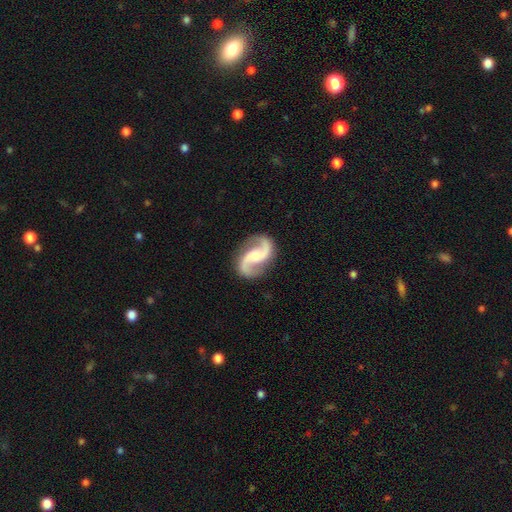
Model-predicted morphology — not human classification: A featured or disk galaxy (93%) with no bar (48%), 2 (95%) loose (49%) spiral arms (98%) and a moderate central bulge (47%). Merging: none (86%).